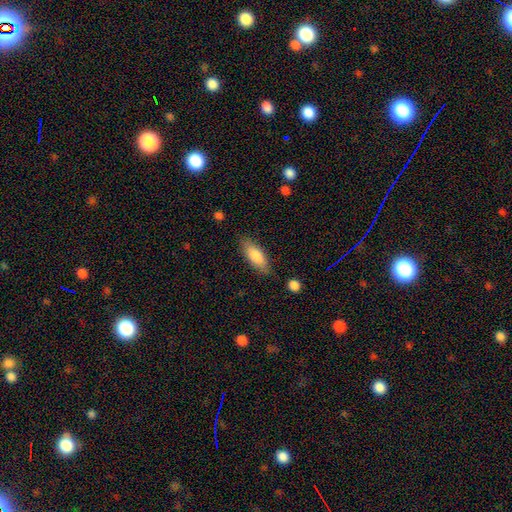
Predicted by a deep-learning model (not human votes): Smooth or featured: smooth — 81% (featured or disk — 13%)
How rounded: in between — 71% (cigar-shaped — 27%)
Merging: none — 81% (minor disturbance — 14%)